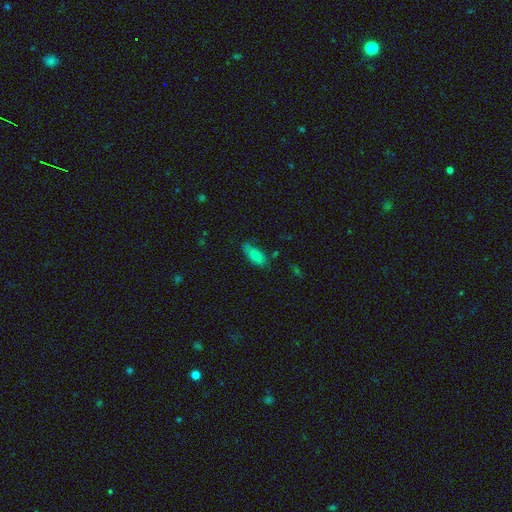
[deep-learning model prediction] Smooth or featured: smooth — 78% (featured or disk — 14%)
How rounded: in between — 75% (cigar-shaped — 23%)
Merging: none — 65% (minor disturbance — 26%)